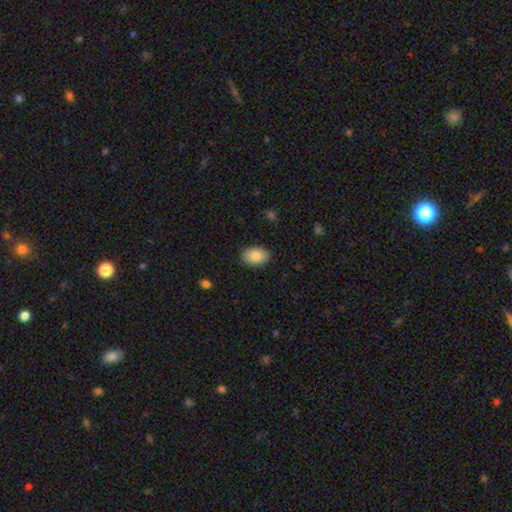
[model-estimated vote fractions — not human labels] Morphology: type=smooth (85%); roundness=in between (87%); merging=none (87%).